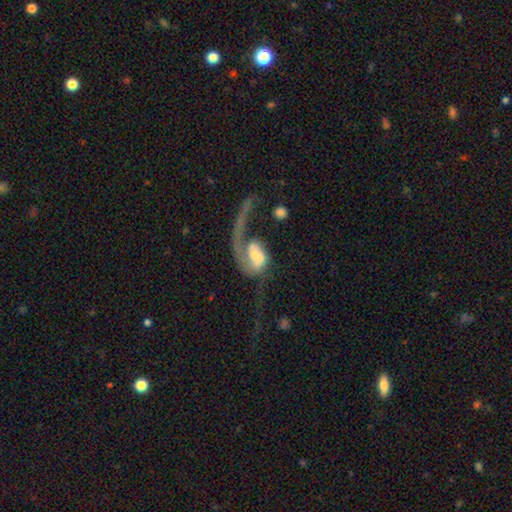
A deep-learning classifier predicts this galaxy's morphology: This appears to be a featured or disk galaxy (70%) with no bar (55%), 1 (73%) loose (76%) spiral arms (78%) and a moderate central bulge (45%). Merging: major disturbance (57%).